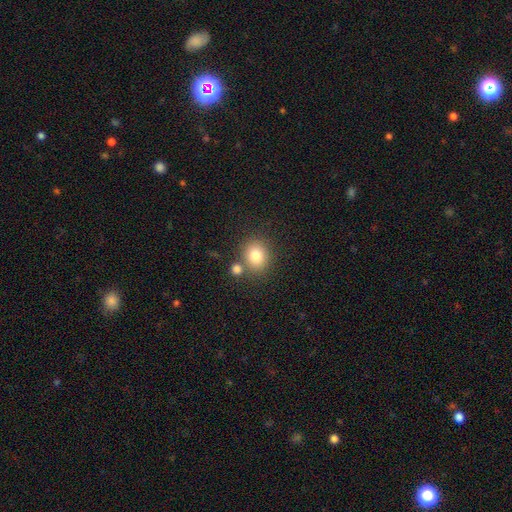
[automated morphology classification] A smooth galaxy with no disk features (79%) that is round (76%). Merging: none (70%).